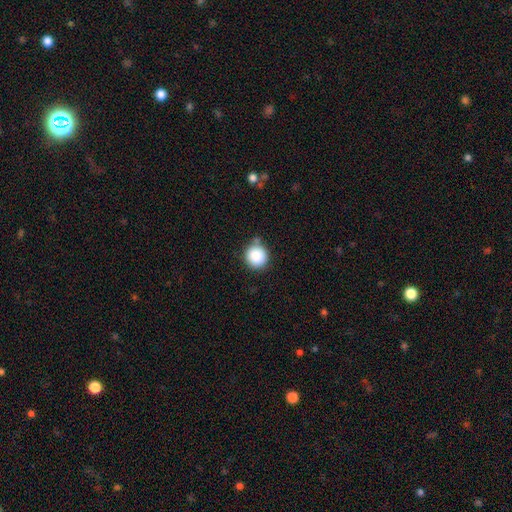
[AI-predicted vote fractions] Q: Smooth or featured?
A: smooth (87%); runner-up: star or artifact (9%)
Q: How rounded?
A: round (94%); runner-up: in between (5%)
Q: Merging?
A: none (75%); runner-up: minor disturbance (16%)